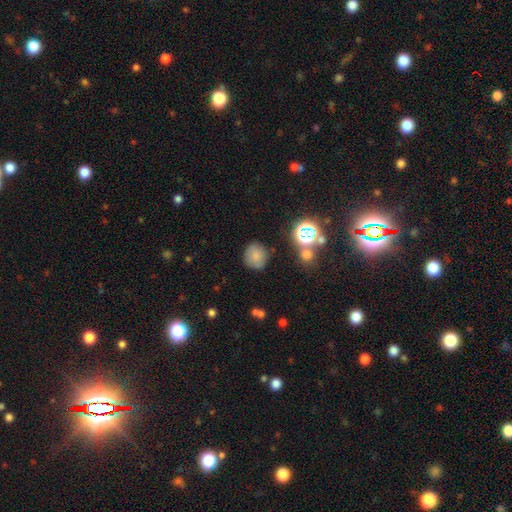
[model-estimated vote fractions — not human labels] smooth 76%, star or artifact 14%, featured or disk 10%. Down the decision tree: how rounded — round (83%); merging — none (81%).